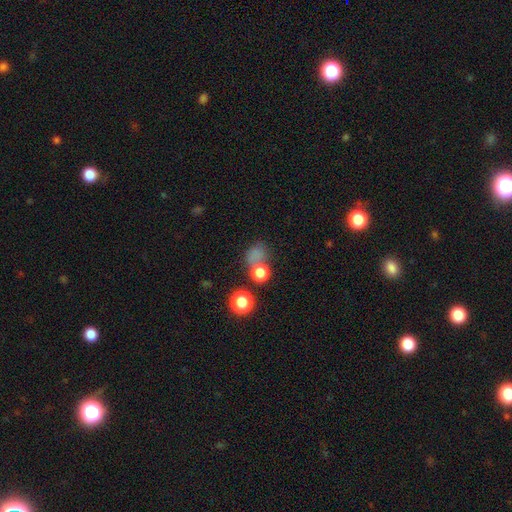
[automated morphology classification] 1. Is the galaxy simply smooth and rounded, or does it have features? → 67% smooth, 24% star or artifact, 9% featured or disk.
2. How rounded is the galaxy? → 65% round, 33% in between, 1% cigar-shaped.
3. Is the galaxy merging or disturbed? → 48% none, 20% merger, 16% major disturbance, 16% minor disturbance.